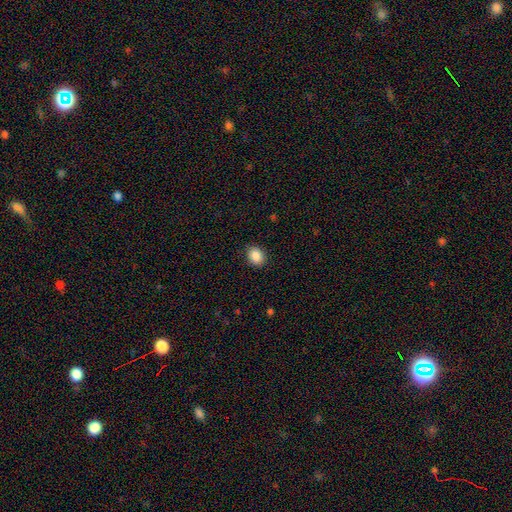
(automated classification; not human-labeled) Smooth or featured?
  - smooth: 88% *
  - star or artifact: 9%
  - featured or disk: 3%
How rounded?
  - round: 50% *
  - in between: 49%
  - cigar-shaped: 1%
Merging?
  - none: 89% *
  - minor disturbance: 8%
  - major disturbance: 2%
  - merger: 1%